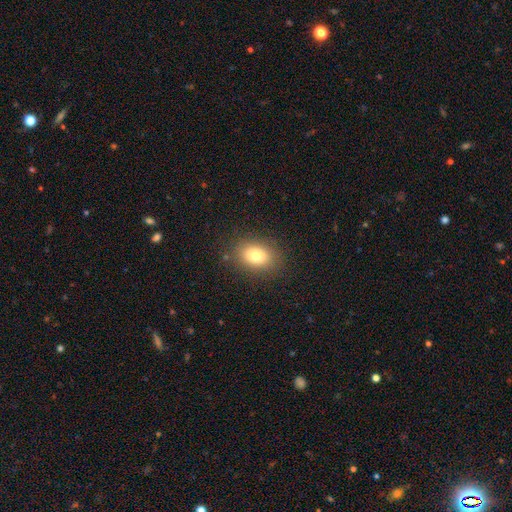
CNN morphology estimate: Smooth or featured?
  - smooth: 77% *
  - star or artifact: 11%
  - featured or disk: 11%
How rounded?
  - in between: 72% *
  - round: 27%
  - cigar-shaped: 1%
Merging?
  - none: 85% *
  - minor disturbance: 10%
  - major disturbance: 4%
  - merger: 1%